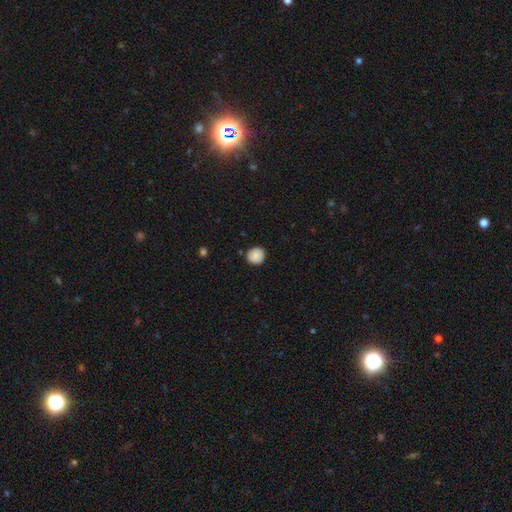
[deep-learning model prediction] smooth-or-featured: smooth: 87% | star or artifact: 8% | featured or disk: 5%
  how-rounded: round: 90% | in between: 9% | cigar-shaped: 1%
  merging: none: 87% | minor disturbance: 10% | major disturbance: 2% | merger: 1%